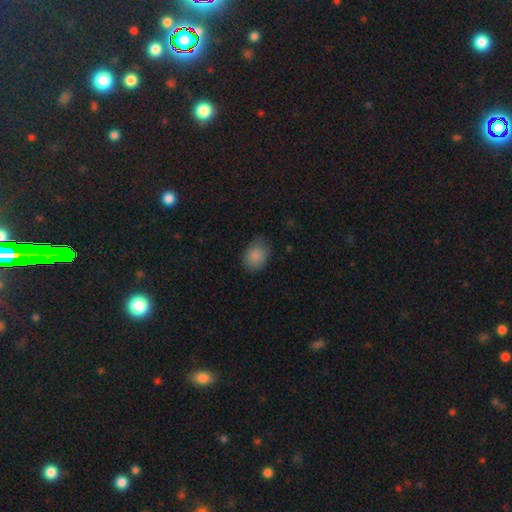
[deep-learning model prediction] Overall: smooth (87%). How rounded: in between (65%; round 34%). Merging: none (72%).